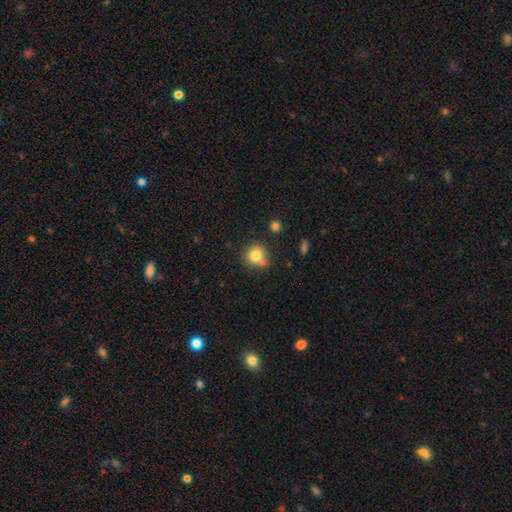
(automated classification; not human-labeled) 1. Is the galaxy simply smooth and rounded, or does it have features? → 81% smooth, 10% star or artifact, 8% featured or disk.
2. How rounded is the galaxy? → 88% round, 11% in between, 1% cigar-shaped.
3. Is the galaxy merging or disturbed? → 66% none, 17% minor disturbance, 12% merger, 5% major disturbance.